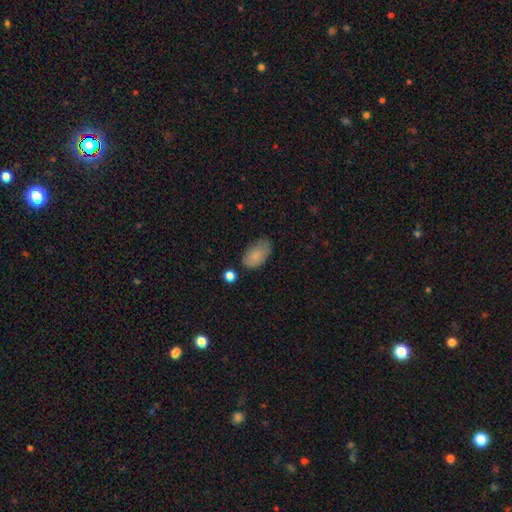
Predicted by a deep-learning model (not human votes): smooth-or-featured: smooth: 83% | featured or disk: 10% | star or artifact: 7%
  how-rounded: in between: 93% | round: 5% | cigar-shaped: 2%
  merging: none: 67% | minor disturbance: 24% | major disturbance: 5% | merger: 4%